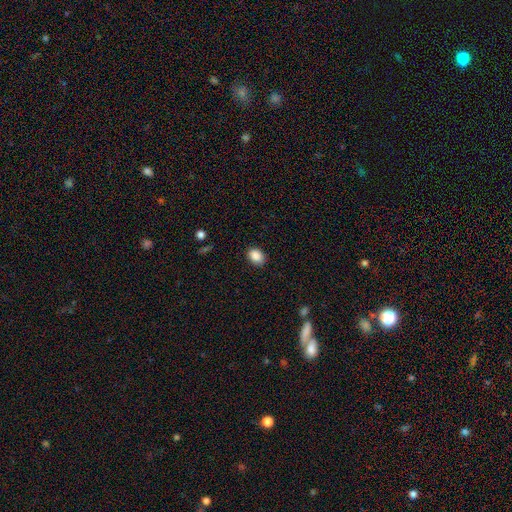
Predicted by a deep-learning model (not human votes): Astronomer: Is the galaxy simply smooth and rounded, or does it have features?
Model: smooth — 88%.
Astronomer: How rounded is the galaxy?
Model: in between — 73%.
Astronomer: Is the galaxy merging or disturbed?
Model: none — 88%.